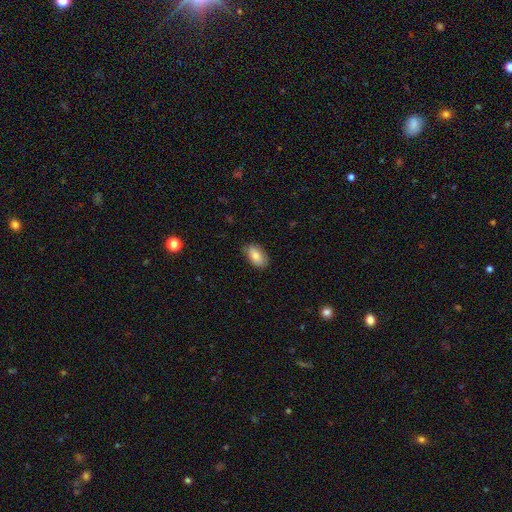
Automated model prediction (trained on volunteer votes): A smooth galaxy with no disk features (82%) that is in between round and cigar-shaped (93%).

Vote fractions:
- Smooth or featured? smooth: 82% / featured or disk: 11% / star or artifact: 7%
- How rounded? in between: 93% / round: 4% / cigar-shaped: 2%
- Merging? none: 81% / minor disturbance: 15% / major disturbance: 3% / merger: 1%